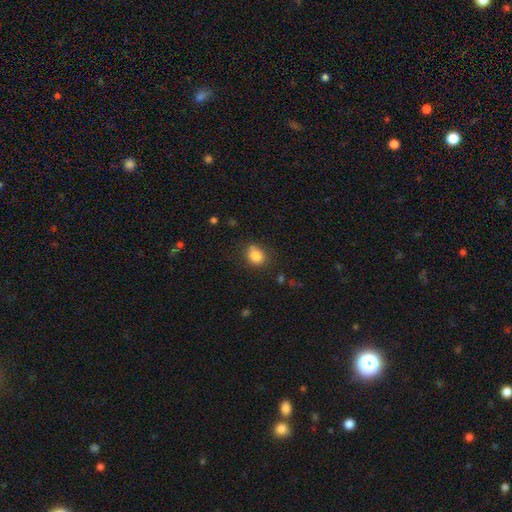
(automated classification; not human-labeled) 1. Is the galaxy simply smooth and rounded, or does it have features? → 84% smooth, 10% star or artifact, 6% featured or disk.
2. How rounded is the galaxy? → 56% round, 43% in between, 1% cigar-shaped.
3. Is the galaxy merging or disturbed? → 73% none, 18% minor disturbance, 5% major disturbance, 3% merger.